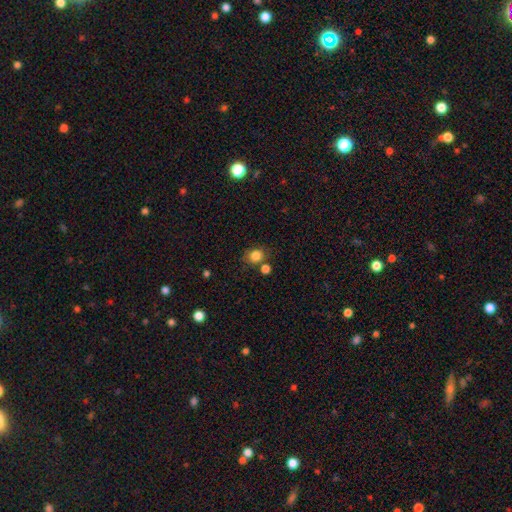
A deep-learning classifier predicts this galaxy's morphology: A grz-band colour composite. It shows a smooth galaxy with no disk features (83%) that is round (67%). Merging: none (68%).